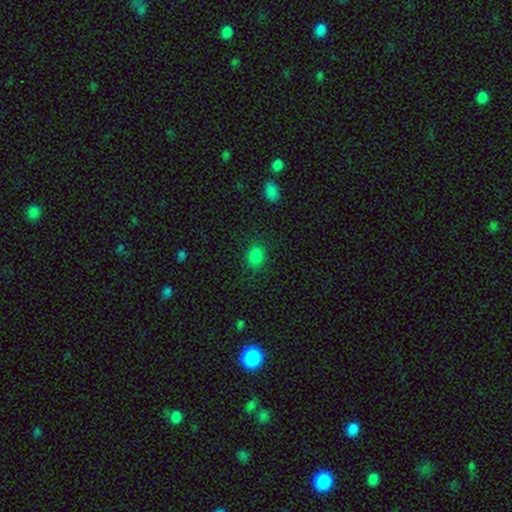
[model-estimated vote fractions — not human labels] smooth_or_featured: smooth (p=0.84) [alt: star or artifact p=0.13]
how_rounded: in between (p=0.65) [alt: round p=0.34]
merging: none (p=0.83) [alt: minor disturbance p=0.12]